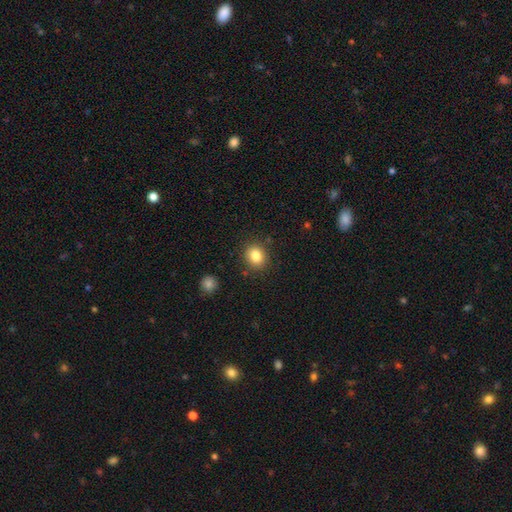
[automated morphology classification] Overall: smooth (84%). How rounded: round (71%). Merging: none (87%).